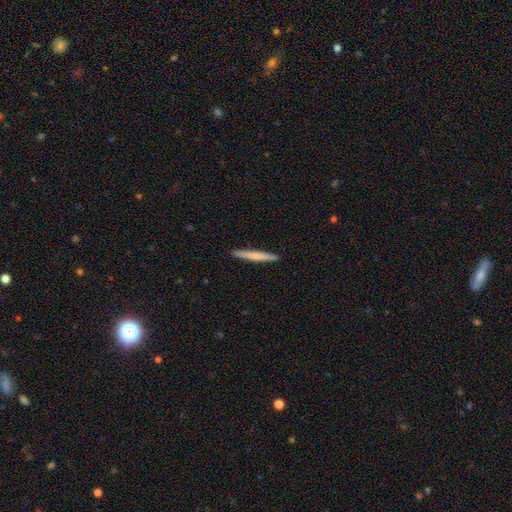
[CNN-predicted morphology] Smooth or featured?
  - smooth: 60% *
  - featured or disk: 35%
  - star or artifact: 5%
How rounded?
  - cigar-shaped: 97% *
  - in between: 2%
  - round: 1%
Merging?
  - none: 92% *
  - minor disturbance: 5%
  - major disturbance: 1%
  - merger: 1%